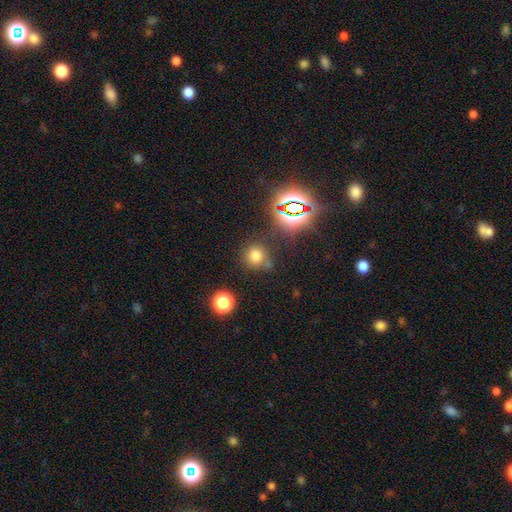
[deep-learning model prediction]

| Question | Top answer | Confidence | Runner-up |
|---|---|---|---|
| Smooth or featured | smooth | 69% | star or artifact (24%) |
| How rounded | round | 89% | in between (10%) |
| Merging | none | 71% | minor disturbance (14%) |